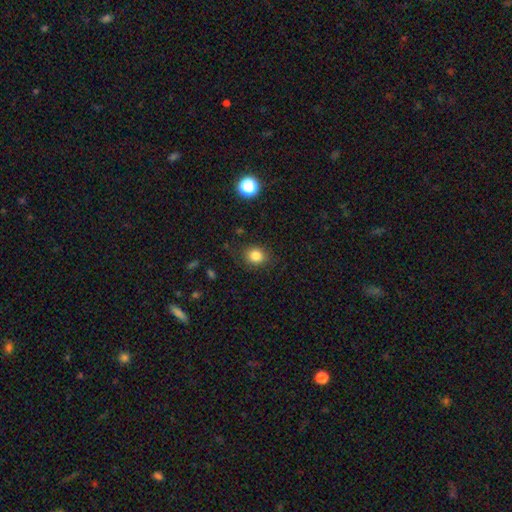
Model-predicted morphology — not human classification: Smooth or featured? smooth (83%)
How rounded? round (72%)
Merging? none (85%)